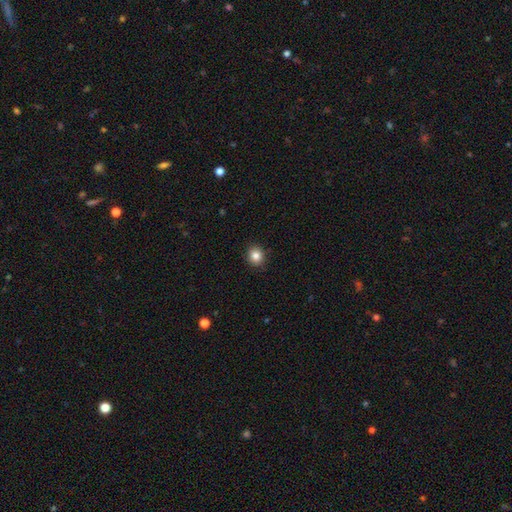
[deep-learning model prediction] Smooth or featured? smooth (84%)
How rounded? round (81%)
Merging? none (91%)